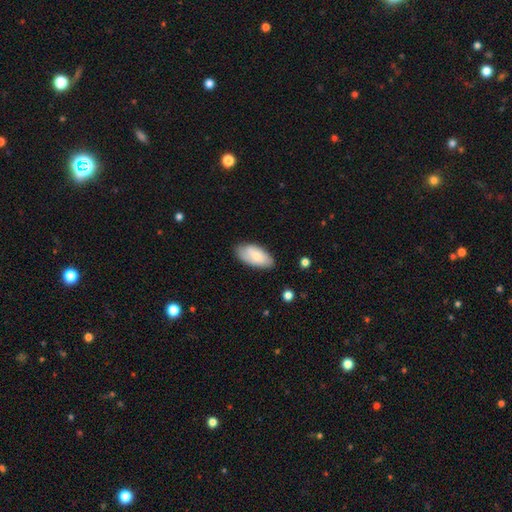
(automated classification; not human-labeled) smooth-or-featured: smooth: 69% | featured or disk: 25% | star or artifact: 6%
  how-rounded: in between: 93% | cigar-shaped: 5% | round: 2%
  merging: none: 77% | minor disturbance: 19% | major disturbance: 3% | merger: 1%